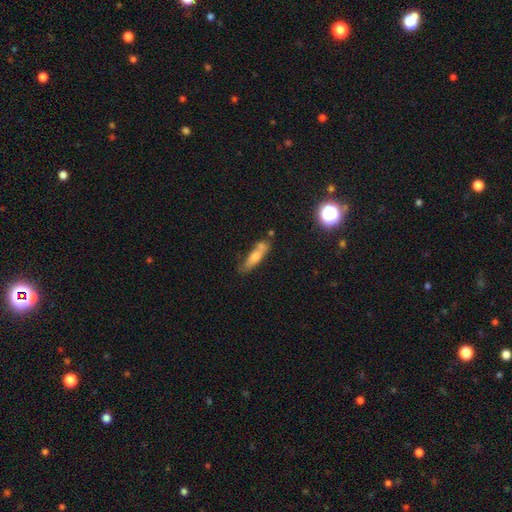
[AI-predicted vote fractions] smooth_or_featured: smooth (p=0.65) [alt: featured or disk p=0.27]
how_rounded: cigar-shaped (p=0.70) [alt: in between p=0.28]
merging: none (p=0.51) [alt: minor disturbance p=0.21]